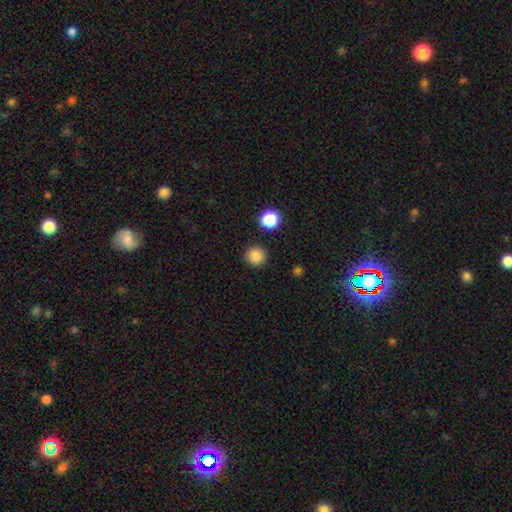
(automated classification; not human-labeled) smooth_or_featured: smooth (p=0.85) [alt: star or artifact p=0.11]
how_rounded: round (p=0.95) [alt: in between p=0.04]
merging: none (p=0.91) [alt: minor disturbance p=0.05]